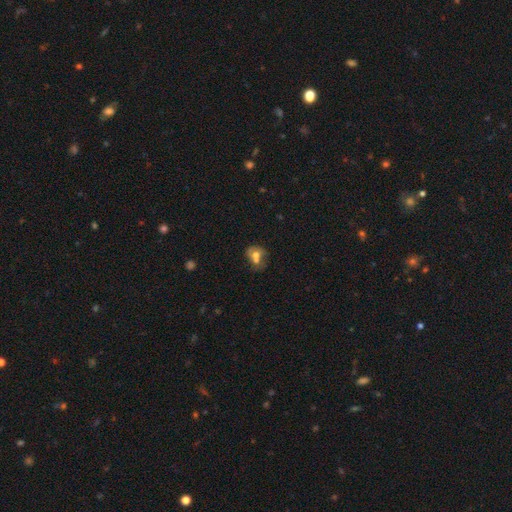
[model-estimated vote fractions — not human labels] Smooth or featured? Predicted: smooth (p=0.62). How rounded? Predicted: round (p=0.49, tied with in between). Merging? Predicted: merger (p=0.52).